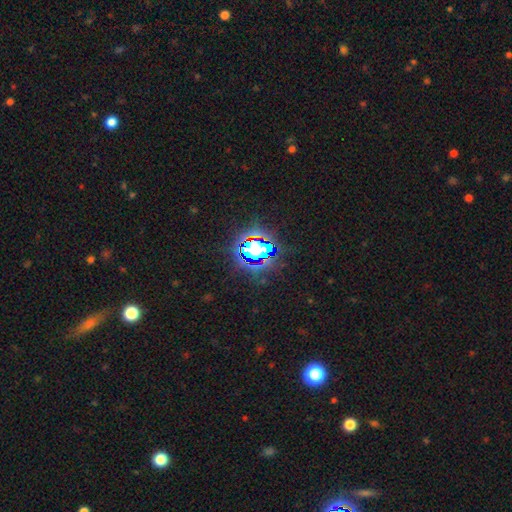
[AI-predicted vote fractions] Q: Smooth or featured?
A: star or artifact (81%); runner-up: smooth (12%)